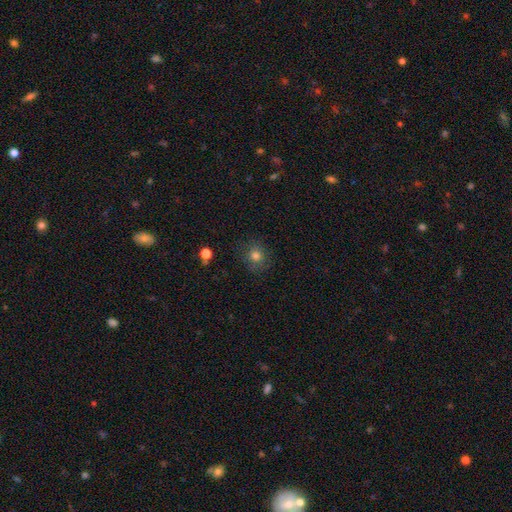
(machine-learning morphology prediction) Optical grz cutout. It shows a smooth galaxy with no disk features (79%) that is round (82%). Merging: none (83%).